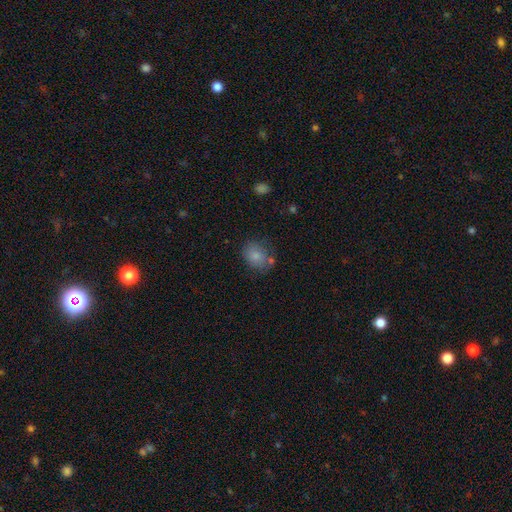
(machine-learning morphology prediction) Smooth or featured? Predicted: smooth (p=0.82). How rounded? Predicted: in between (p=0.50). Merging? Predicted: none (p=0.63).